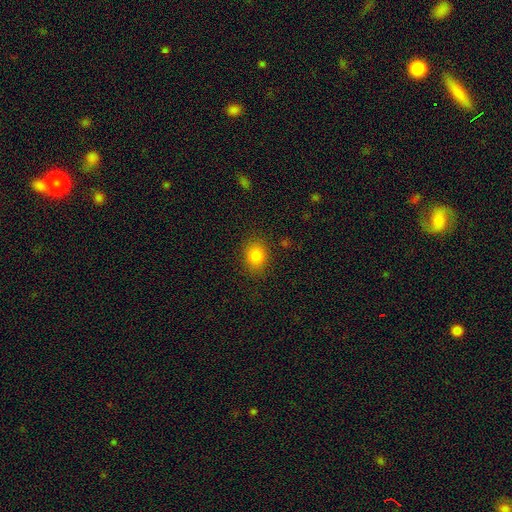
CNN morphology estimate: Smooth or featured: smooth — 83% (star or artifact — 11%)
How rounded: round — 53% (in between — 46%)
Merging: none — 86% (minor disturbance — 10%)